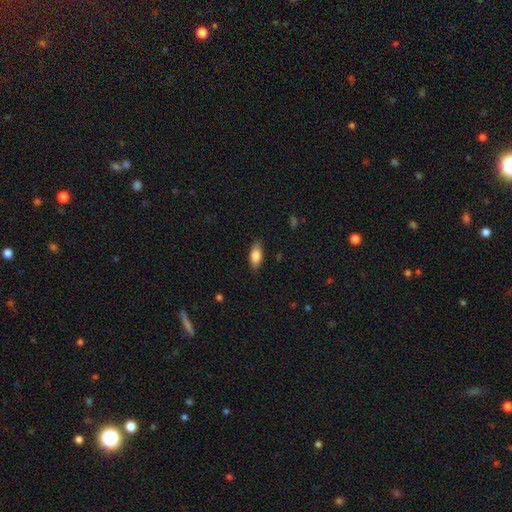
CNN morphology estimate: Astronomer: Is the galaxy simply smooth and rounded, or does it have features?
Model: smooth — 80%.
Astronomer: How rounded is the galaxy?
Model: in between — 83%.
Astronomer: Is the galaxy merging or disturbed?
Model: none — 84%.